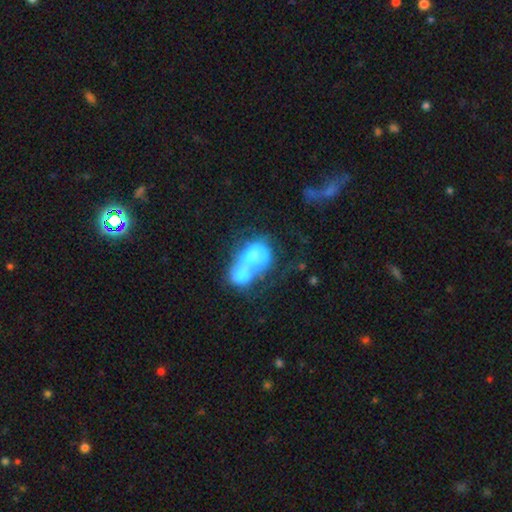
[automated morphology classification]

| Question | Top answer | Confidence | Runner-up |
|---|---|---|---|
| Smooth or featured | smooth | 58% | featured or disk (32%) |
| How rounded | in between | 63% | round (34%) |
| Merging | merger | 69% | major disturbance (12%) |